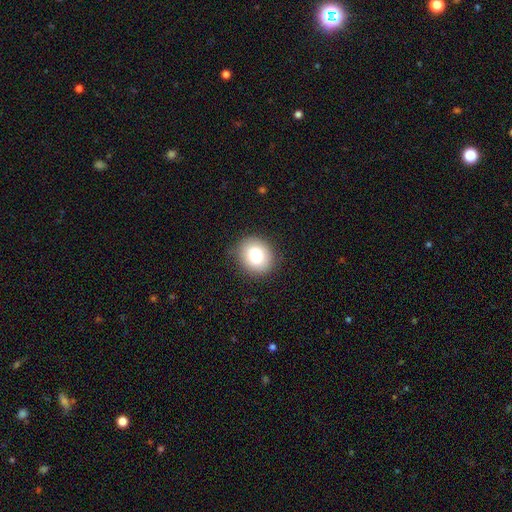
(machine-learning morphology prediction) Smooth or featured?
  - smooth: 81% *
  - featured or disk: 10%
  - star or artifact: 9%
How rounded?
  - round: 66% *
  - in between: 33%
  - cigar-shaped: 1%
Merging?
  - none: 86% *
  - minor disturbance: 10%
  - major disturbance: 3%
  - merger: 1%